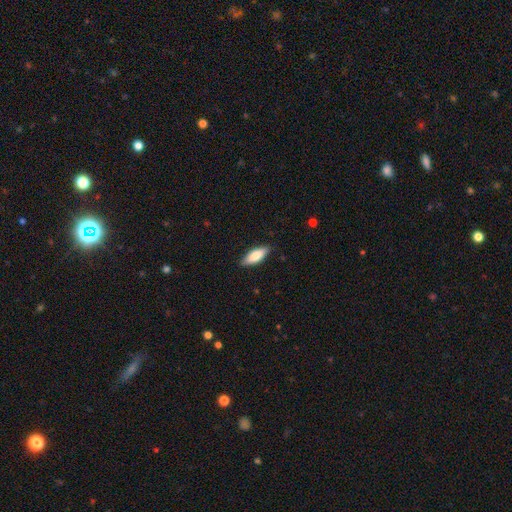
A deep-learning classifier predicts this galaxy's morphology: smooth_or_featured: smooth (p=0.78) [alt: featured or disk p=0.16]
how_rounded: in between (p=0.66) [alt: cigar-shaped p=0.32]
merging: none (p=0.87) [alt: minor disturbance p=0.10]